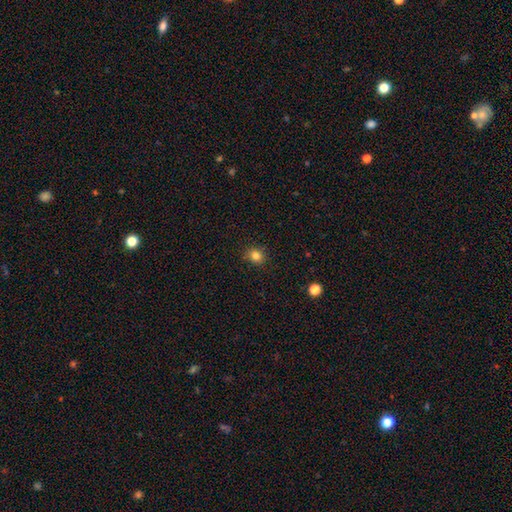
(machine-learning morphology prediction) A smooth galaxy with no disk features (82%) that is round (77%).

Vote fractions:
- Smooth or featured? smooth: 82% / star or artifact: 13% / featured or disk: 5%
- How rounded? round: 77% / in between: 22% / cigar-shaped: 1%
- Merging? none: 88% / minor disturbance: 9% / major disturbance: 2% / merger: 1%